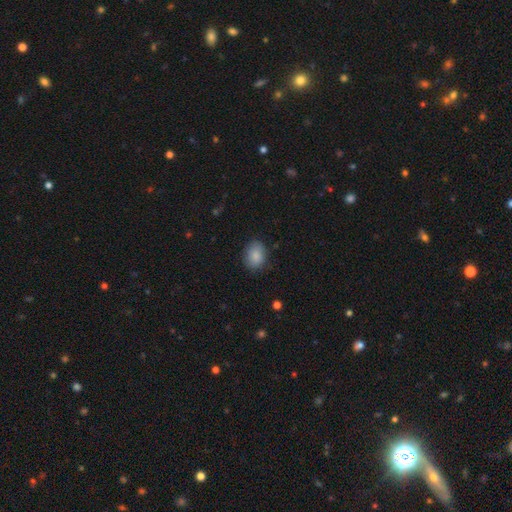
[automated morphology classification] Smooth or featured?
  - smooth: 86% *
  - star or artifact: 7%
  - featured or disk: 7%
How rounded?
  - in between: 61% *
  - round: 38%
  - cigar-shaped: 1%
Merging?
  - none: 79% *
  - minor disturbance: 16%
  - major disturbance: 4%
  - merger: 1%